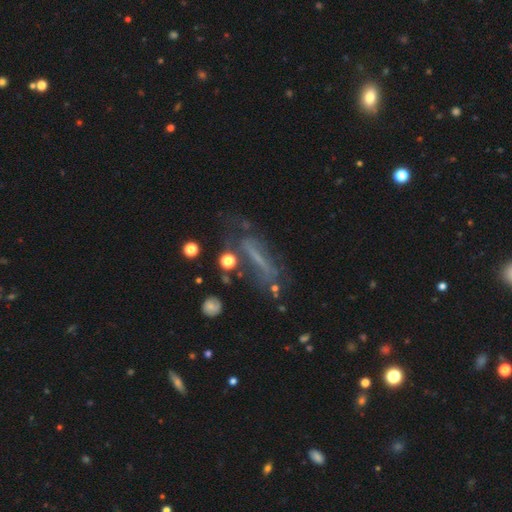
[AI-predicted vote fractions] smooth_or_featured: featured or disk (p=0.51) [alt: smooth p=0.29]
disk_edge_on: no (p=0.59) [alt: yes p=0.41]
merging: none (p=0.46) [alt: major disturbance p=0.25]